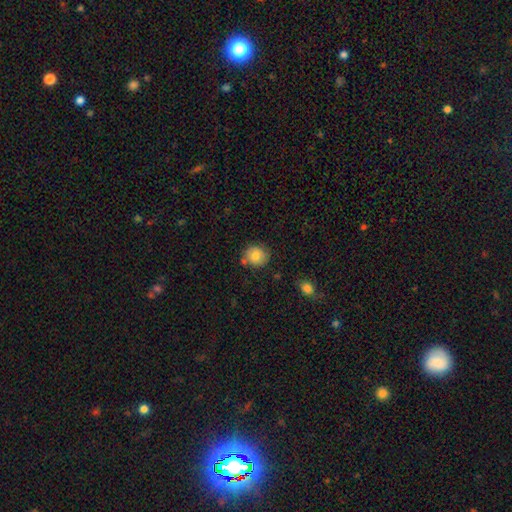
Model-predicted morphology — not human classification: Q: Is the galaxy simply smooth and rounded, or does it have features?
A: smooth — 81%.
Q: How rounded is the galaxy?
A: round — 83%.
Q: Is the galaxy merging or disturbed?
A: none — 76%.